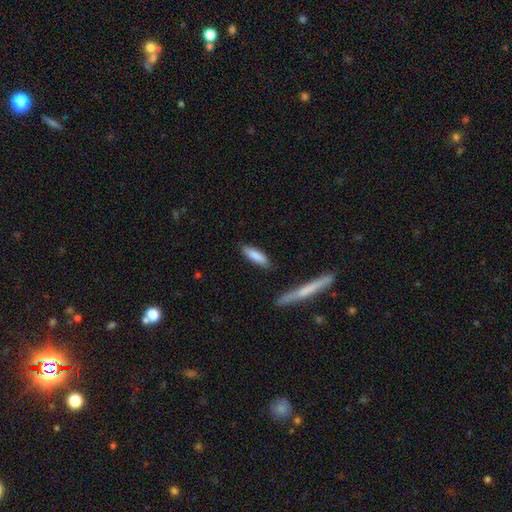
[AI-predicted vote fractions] smooth-or-featured: smooth: 83% | featured or disk: 11% | star or artifact: 6%
  how-rounded: cigar-shaped: 63% | in between: 36% | round: 2%
  merging: none: 83% | minor disturbance: 11% | merger: 3% | major disturbance: 2%